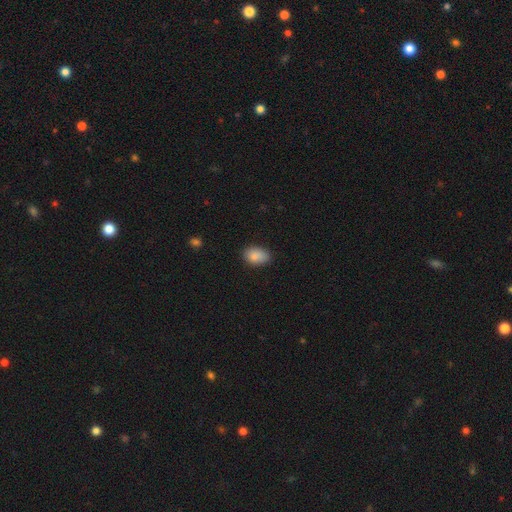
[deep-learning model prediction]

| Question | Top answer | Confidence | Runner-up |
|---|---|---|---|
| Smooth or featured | smooth | 87% | star or artifact (8%) |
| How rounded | in between | 84% | round (14%) |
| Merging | none | 79% | minor disturbance (17%) |